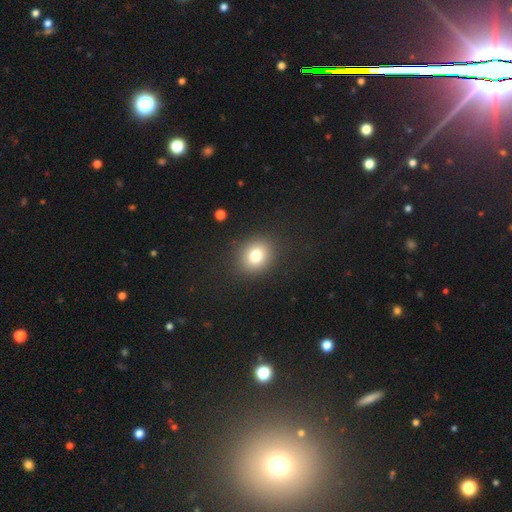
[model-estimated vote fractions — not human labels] Morphology: type=smooth (78%); roundness=round (72%); merging=none (89%).